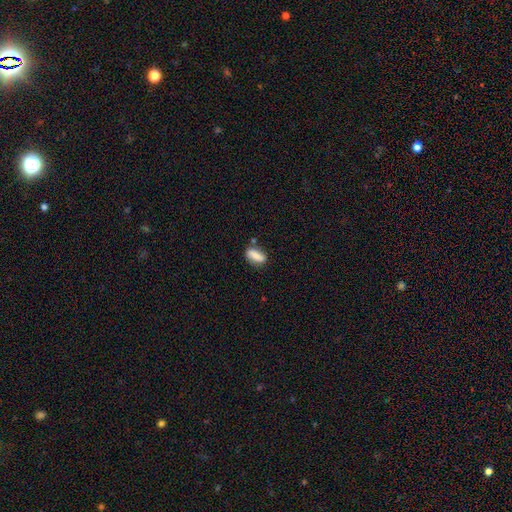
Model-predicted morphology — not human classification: smooth 75%, featured or disk 17%, star or artifact 8%. Down the decision tree: how rounded — in between (75%); merging — none (68%).